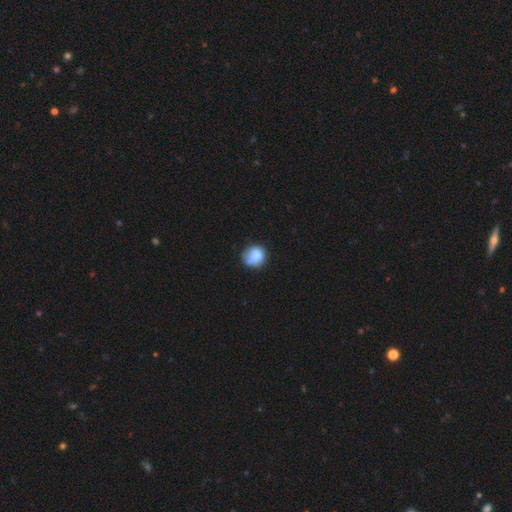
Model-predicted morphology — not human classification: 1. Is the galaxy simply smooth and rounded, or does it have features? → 79% smooth, 12% featured or disk, 9% star or artifact.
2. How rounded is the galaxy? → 82% round, 17% in between, 1% cigar-shaped.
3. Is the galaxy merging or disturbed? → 54% none, 24% minor disturbance, 14% merger, 8% major disturbance.